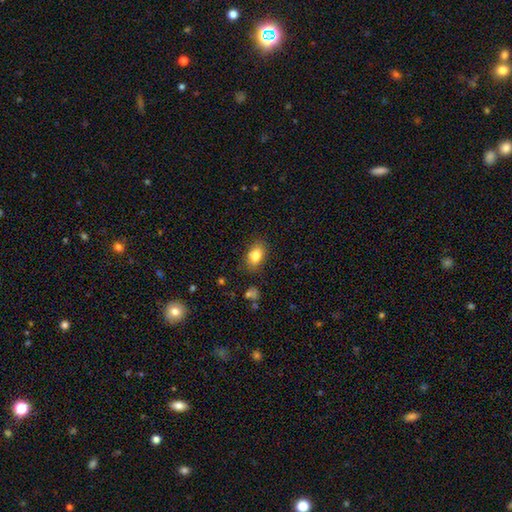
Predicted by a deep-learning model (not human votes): A smooth galaxy with no disk features (81%) that is in between round and cigar-shaped (84%). Merging: none (83%).